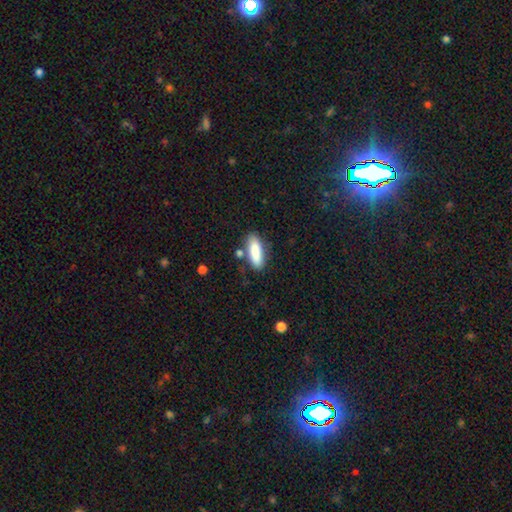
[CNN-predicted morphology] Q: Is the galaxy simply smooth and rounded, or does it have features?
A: smooth — 86%.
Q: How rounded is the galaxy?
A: in between — 63%.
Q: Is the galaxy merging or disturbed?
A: none — 75%.